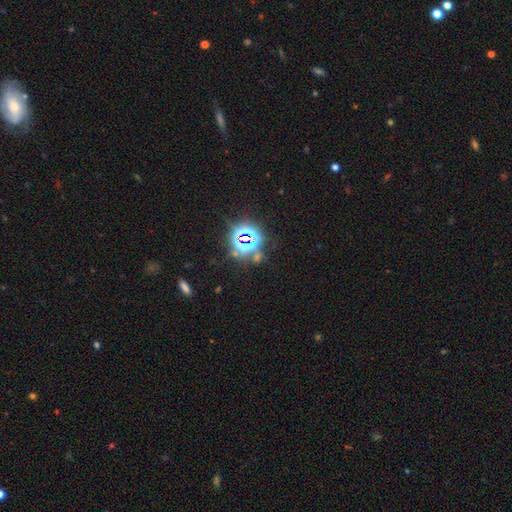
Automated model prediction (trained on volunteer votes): This appears to be a star or artifact, not a galaxy (78%).